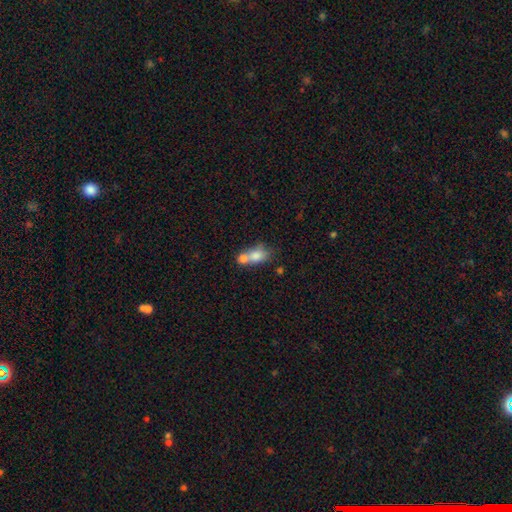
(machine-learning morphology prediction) Overall: smooth (76%). How rounded: in between (71%). Merging: merger (61%; none 25%).